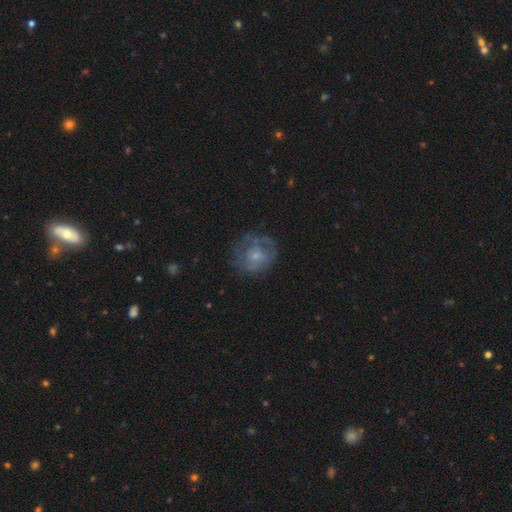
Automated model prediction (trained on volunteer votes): Smooth or featured: featured or disk — 53% (smooth — 38%)
Edge-on disk: no — 98% (yes — 2%)
Bar: no — 79% (weak — 18%)
Spiral arms: no — 53% (yes — 47%)
Bulge size: small — 55% (moderate — 29%)
Merging: none — 59% (minor disturbance — 21%)